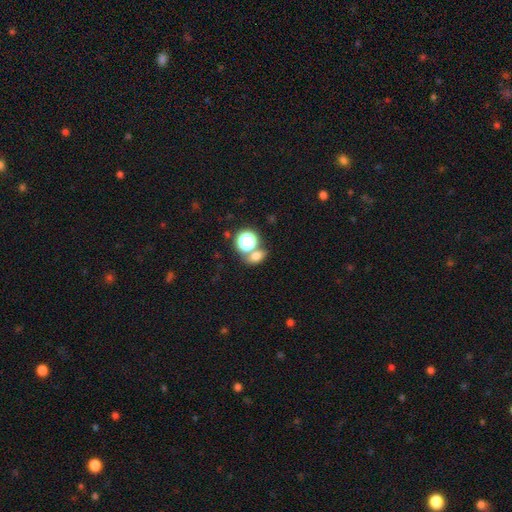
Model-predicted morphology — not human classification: This appears to be a smooth galaxy with no disk features (68%) that is in between round and cigar-shaped (58%). Merging: none (58%).